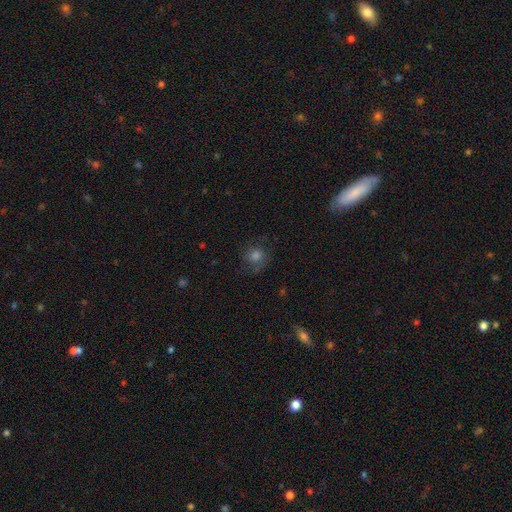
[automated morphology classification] This is likely a smooth galaxy (60%). How rounded: clearly round (81%). Merging: likely none (69%).